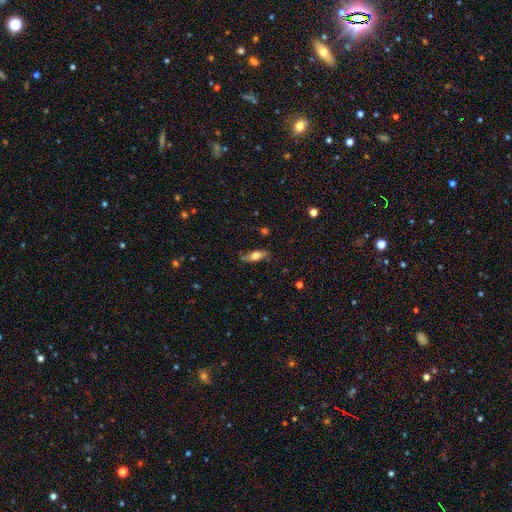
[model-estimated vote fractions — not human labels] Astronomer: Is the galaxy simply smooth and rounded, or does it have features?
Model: smooth — 59%.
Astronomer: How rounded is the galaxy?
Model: in between — 67%.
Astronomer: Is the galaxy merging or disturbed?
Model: none — 72%.